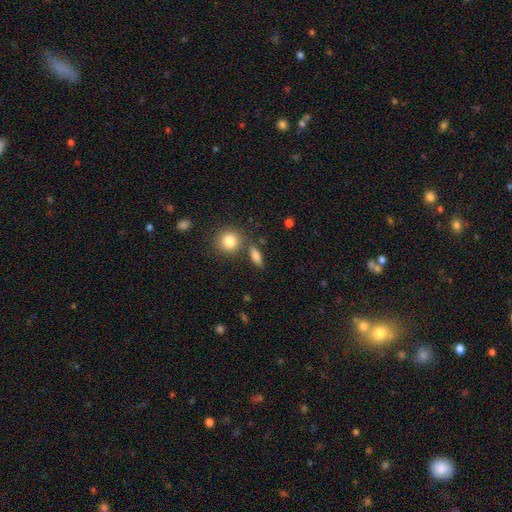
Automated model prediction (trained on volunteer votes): smooth-or-featured: smooth: 80% | featured or disk: 11% | star or artifact: 9%
  how-rounded: in between: 61% | cigar-shaped: 24% | round: 14%
  merging: none: 75% | minor disturbance: 11% | merger: 10% | major disturbance: 4%